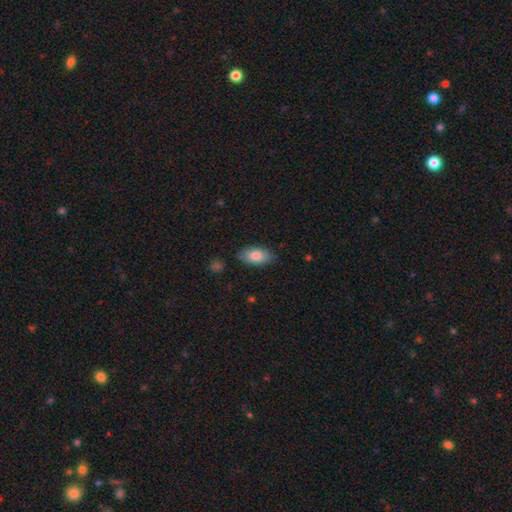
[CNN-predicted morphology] type=smooth (81%); roundness=in between (93%); merging=none (82%).